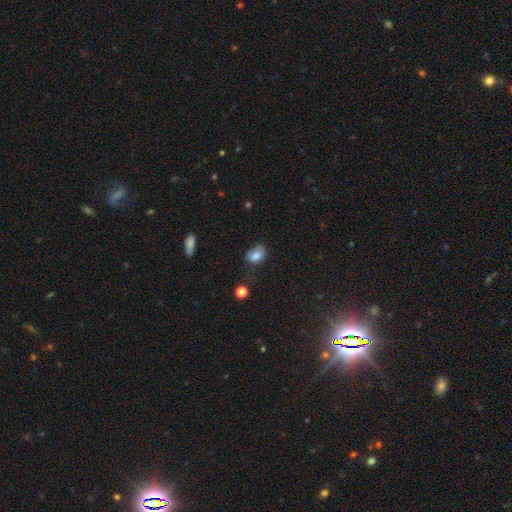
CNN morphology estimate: Smooth or featured? smooth (82%)
How rounded? in between (80%)
Merging? none (46%)